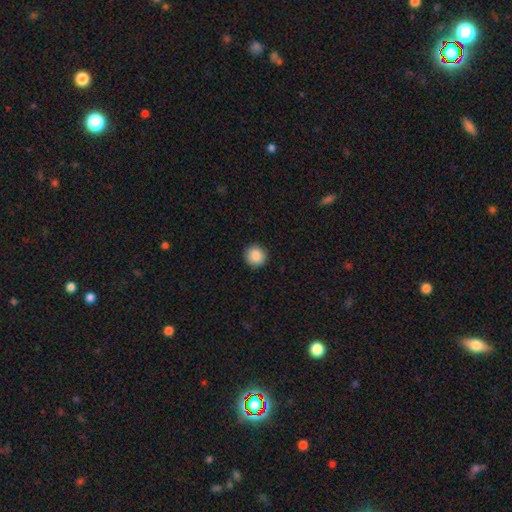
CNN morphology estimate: This is clearly a smooth galaxy (88%). How rounded: clearly round (95%). Merging: clearly none (93%).